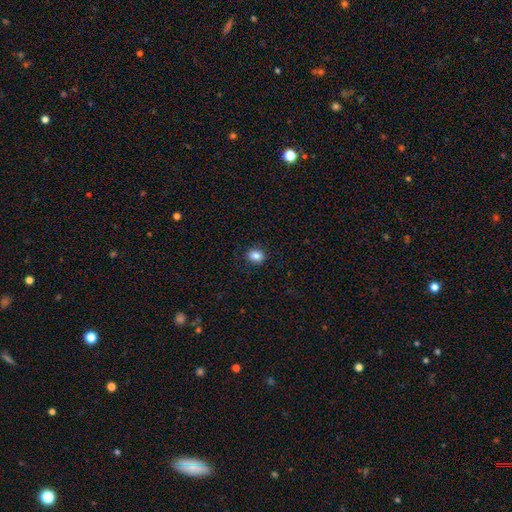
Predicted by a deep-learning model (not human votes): This is clearly a smooth galaxy (86%). How rounded: possibly in between (51%). Merging: clearly none (88%).